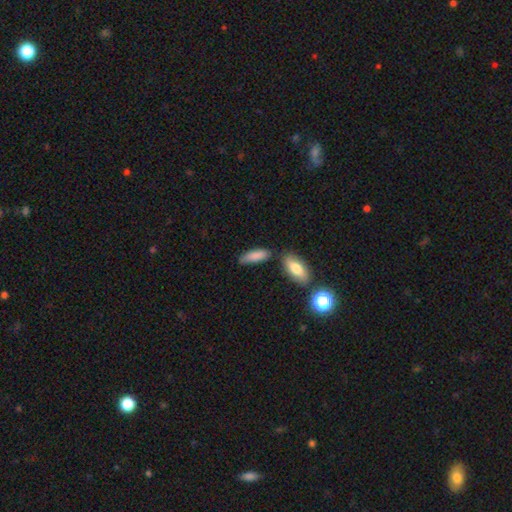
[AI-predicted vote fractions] Q: Smooth or featured?
A: smooth (84%); runner-up: featured or disk (9%)
Q: How rounded?
A: in between (61%); runner-up: cigar-shaped (37%)
Q: Merging?
A: none (66%); runner-up: minor disturbance (19%)